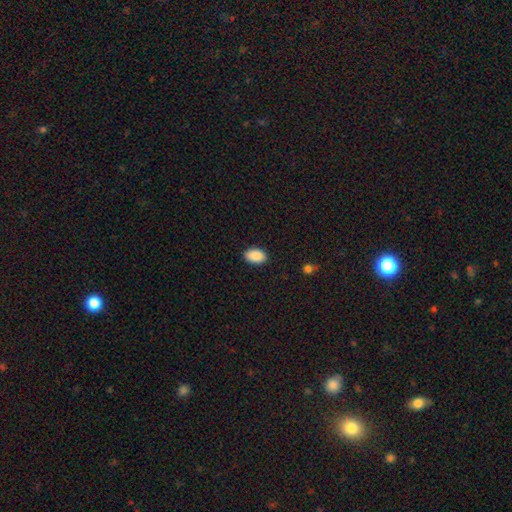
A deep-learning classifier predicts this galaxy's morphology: smooth_or_featured: smooth (p=0.90) [alt: star or artifact p=0.07]
how_rounded: in between (p=0.91) [alt: round p=0.08]
merging: none (p=0.88) [alt: minor disturbance p=0.09]